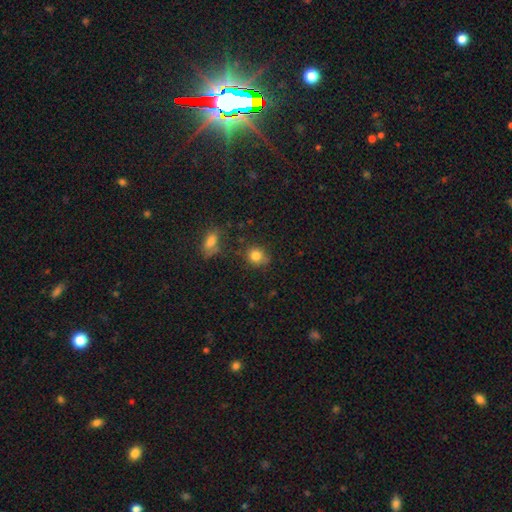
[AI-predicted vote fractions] smooth-or-featured: smooth: 83% | star or artifact: 10% | featured or disk: 6%
  how-rounded: round: 75% | in between: 24% | cigar-shaped: 1%
  merging: none: 71% | minor disturbance: 18% | merger: 6% | major disturbance: 5%